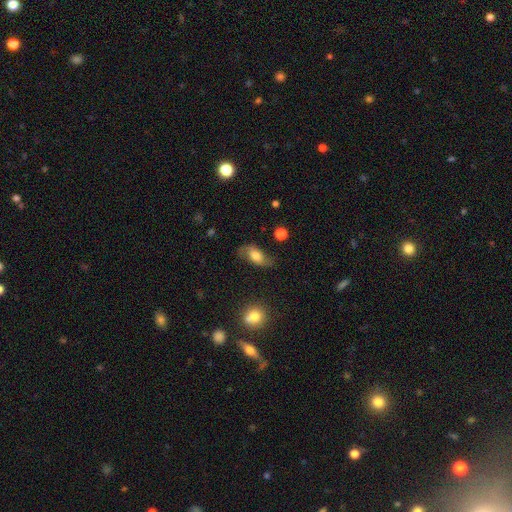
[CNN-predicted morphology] This is possibly a smooth galaxy (54%). How rounded: clearly in between (85%). Merging: likely none (65%).